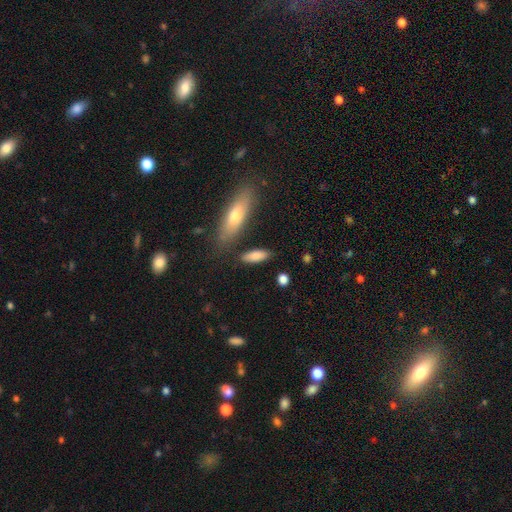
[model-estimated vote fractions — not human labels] The model was most divided on "how rounded": in between: 62%, cigar-shaped: 36%, round: 3%. More confident: smooth or featured — smooth (83%); merging — none (78%).